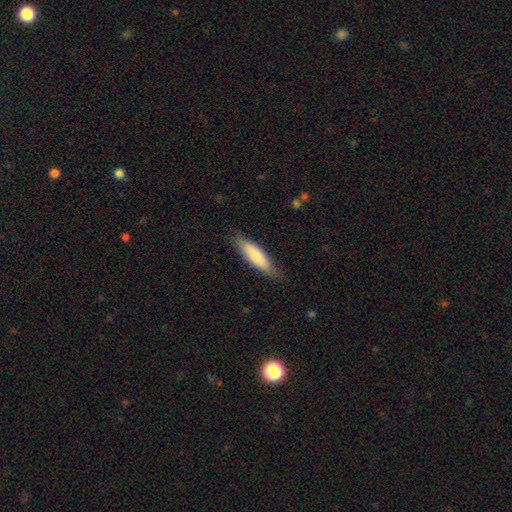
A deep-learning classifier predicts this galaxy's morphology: Overall: smooth (77%). How rounded: cigar-shaped (61%; in between 38%). Merging: none (80%).